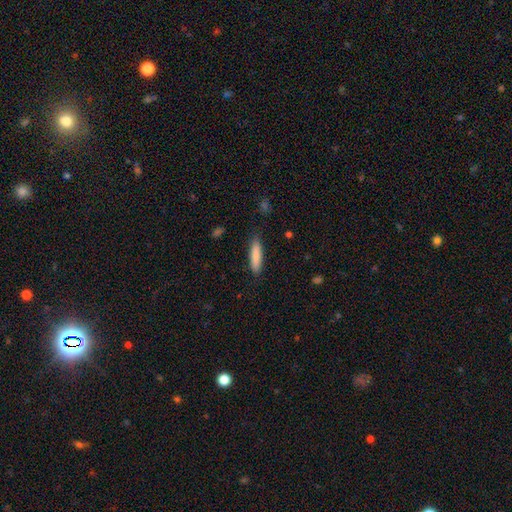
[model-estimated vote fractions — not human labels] This appears to be a smooth galaxy with no disk features (85%) that is cigar-shaped (79%). Merging: none (85%).